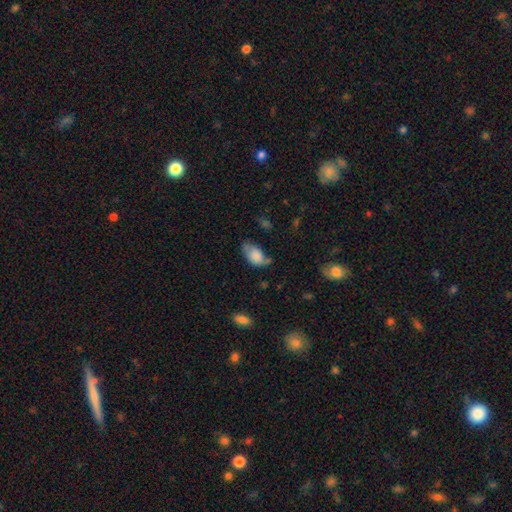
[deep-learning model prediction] Overall: smooth (77%). How rounded: in between (89%). Merging: none (39%; minor disturbance 38%).